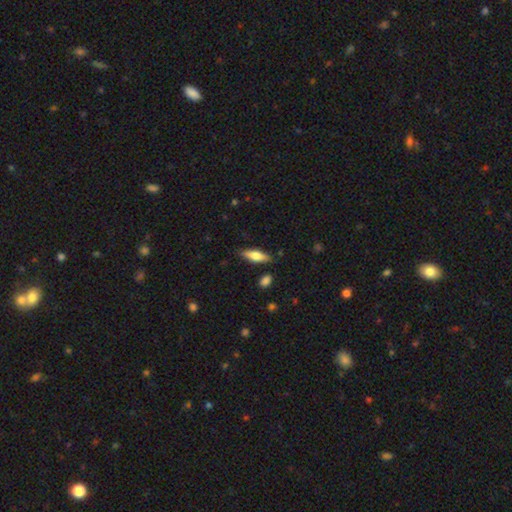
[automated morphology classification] Smooth or featured: smooth — 62% (featured or disk — 32%)
How rounded: in between — 50% (cigar-shaped — 48%)
Merging: none — 84% (minor disturbance — 11%)